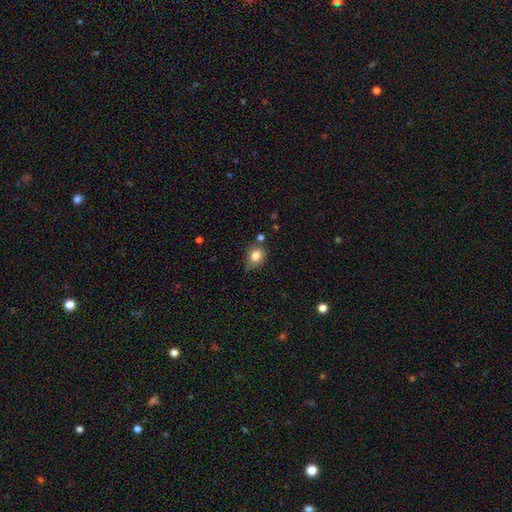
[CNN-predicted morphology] This is clearly a smooth galaxy (81%). How rounded: possibly round (57%). Merging: likely none (61%).